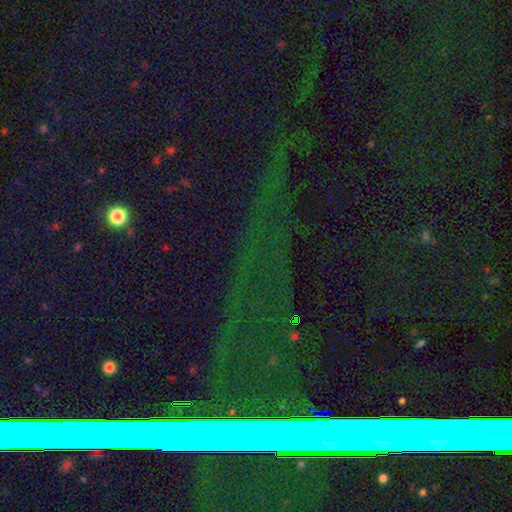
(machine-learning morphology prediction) This is likely a star or artifact rather than a galaxy (73%).